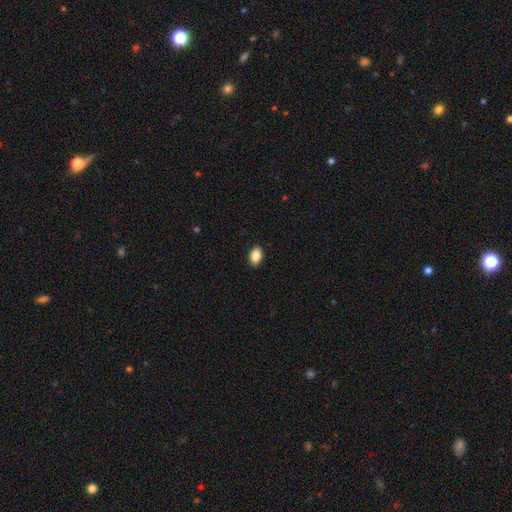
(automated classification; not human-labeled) Smooth or featured? smooth (88%)
How rounded? in between (85%)
Merging? none (90%)